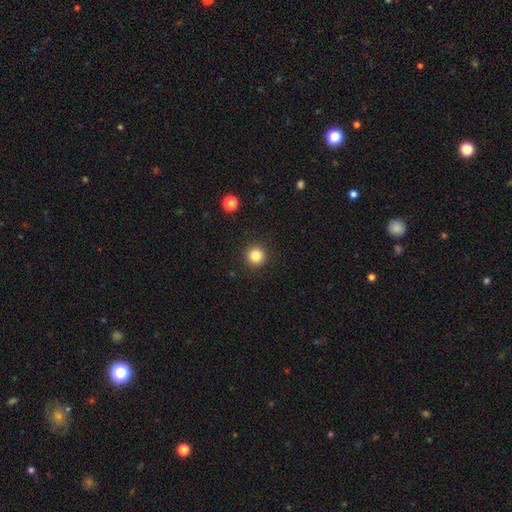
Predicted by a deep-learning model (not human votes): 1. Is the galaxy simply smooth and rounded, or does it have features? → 84% smooth, 11% star or artifact, 5% featured or disk.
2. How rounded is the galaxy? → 95% round, 4% in between, 1% cigar-shaped.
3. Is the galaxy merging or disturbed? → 92% none, 5% minor disturbance, 2% major disturbance, 1% merger.